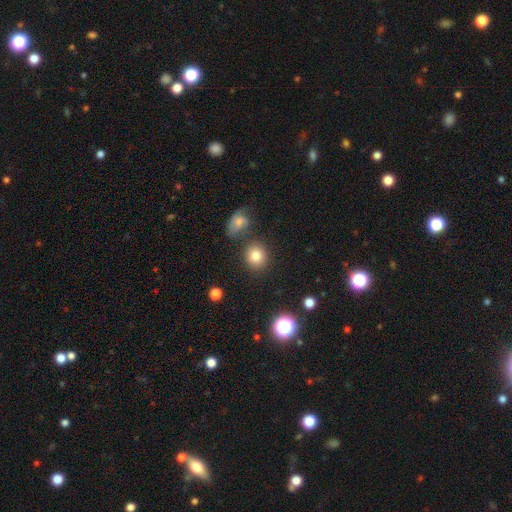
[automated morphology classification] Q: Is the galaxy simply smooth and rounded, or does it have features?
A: smooth — 82%.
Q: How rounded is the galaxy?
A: round — 78%.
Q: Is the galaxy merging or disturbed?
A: none — 77%.